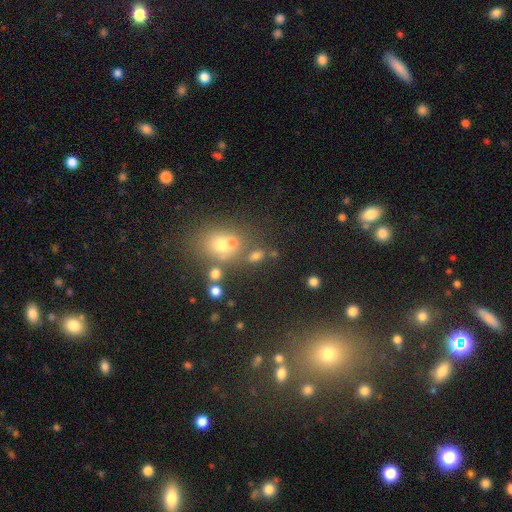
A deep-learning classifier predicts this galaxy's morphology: A smooth galaxy with no disk features (67%) that is in between round and cigar-shaped (56%). Merging: none (55%).